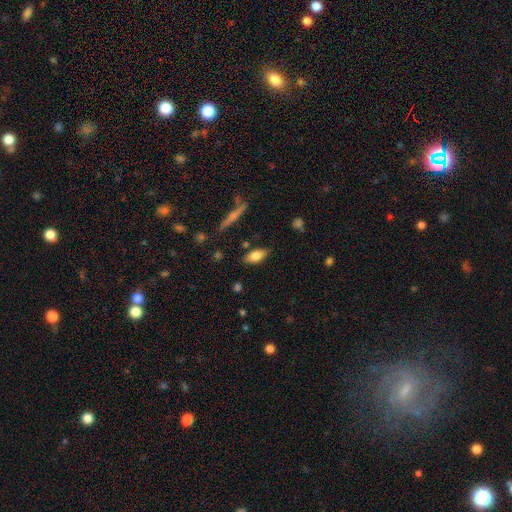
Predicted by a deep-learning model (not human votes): Smooth or featured?
  - smooth: 74% *
  - featured or disk: 19%
  - star or artifact: 7%
How rounded?
  - in between: 82% *
  - cigar-shaped: 15%
  - round: 3%
Merging?
  - none: 82% *
  - minor disturbance: 12%
  - merger: 3%
  - major disturbance: 3%